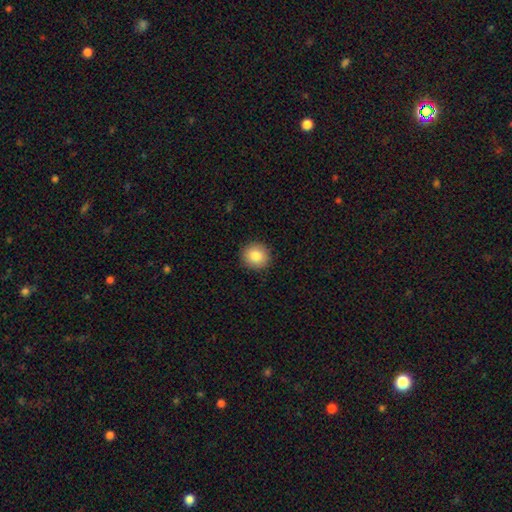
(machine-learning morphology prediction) Smooth or featured?
  - smooth: 85% *
  - star or artifact: 8%
  - featured or disk: 6%
How rounded?
  - round: 89% *
  - in between: 10%
  - cigar-shaped: 1%
Merging?
  - none: 91% *
  - minor disturbance: 6%
  - major disturbance: 2%
  - merger: 1%